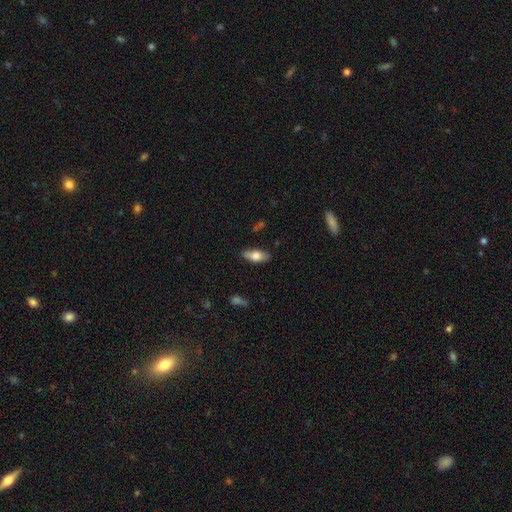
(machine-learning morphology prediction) Smooth or featured: smooth — 69% (featured or disk — 25%)
How rounded: in between — 77% (cigar-shaped — 20%)
Merging: none — 83% (minor disturbance — 13%)